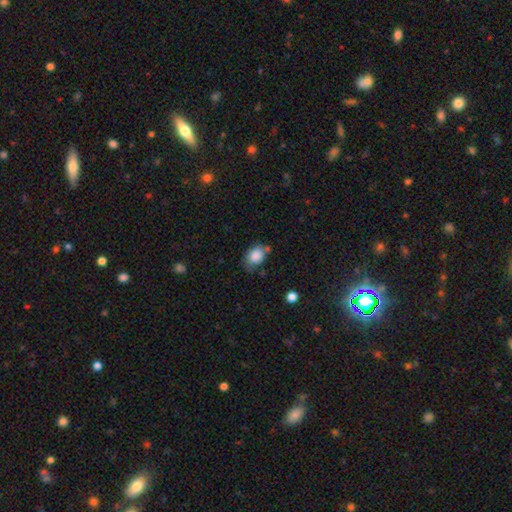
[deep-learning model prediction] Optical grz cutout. It shows a smooth galaxy with no disk features (86%) that is in between round and cigar-shaped (68%). Merging: none (55%).